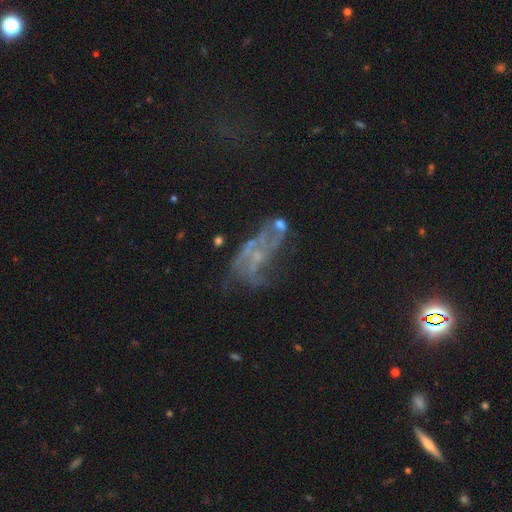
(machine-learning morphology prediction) featured or disk 63%, star or artifact 21%, smooth 16%. Down the decision tree: edge-on disk — no (95%); bar — no (79%); spiral arms — no (61%); bulge size — none (49%); merging — major disturbance (36%).